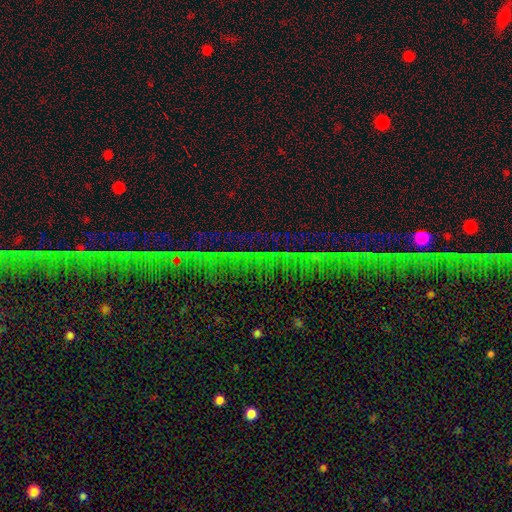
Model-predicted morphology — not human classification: Smooth or featured: star or artifact — 79% (featured or disk — 11%)